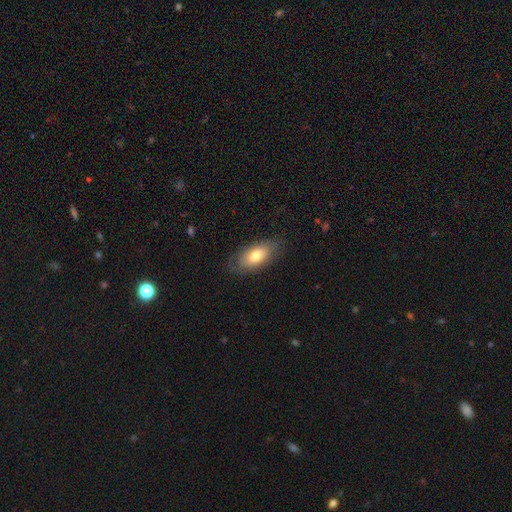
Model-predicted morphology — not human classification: smooth_or_featured: smooth (p=0.68) [alt: featured or disk p=0.26]
how_rounded: in between (p=0.90) [alt: cigar-shaped p=0.07]
merging: none (p=0.76) [alt: minor disturbance p=0.18]